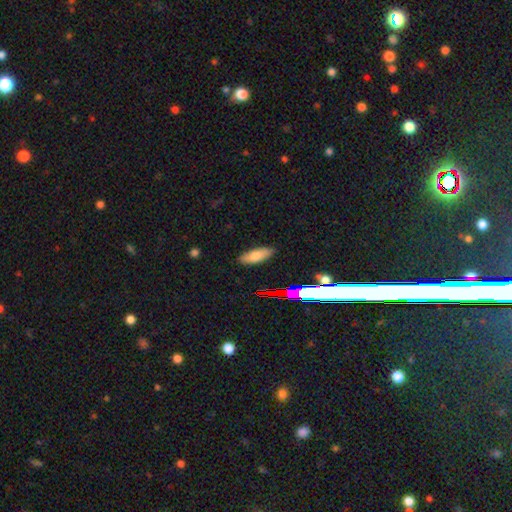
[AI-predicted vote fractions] Morphology: type=smooth (75%); roundness=in between (70%); merging=none (87%).